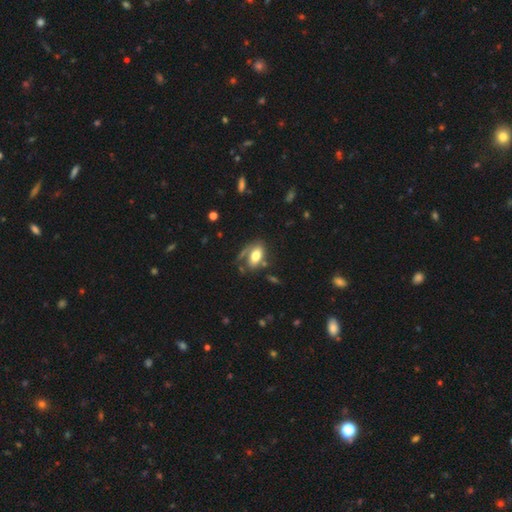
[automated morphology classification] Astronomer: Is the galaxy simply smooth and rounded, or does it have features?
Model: smooth — 65%.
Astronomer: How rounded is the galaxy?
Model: in between — 88%.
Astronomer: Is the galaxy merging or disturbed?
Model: none — 52%.